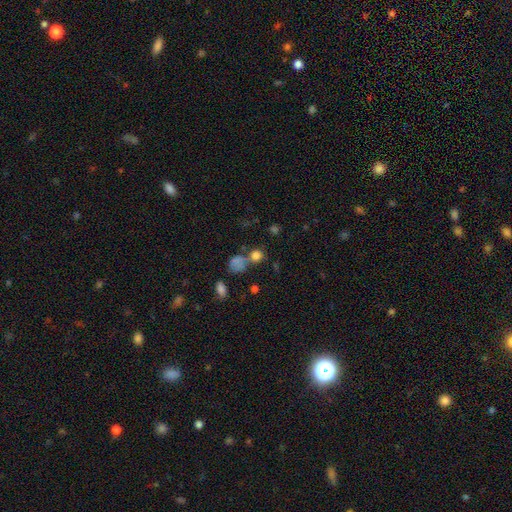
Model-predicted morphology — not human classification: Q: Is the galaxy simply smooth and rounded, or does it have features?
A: smooth — 76%.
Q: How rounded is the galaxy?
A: round — 82%.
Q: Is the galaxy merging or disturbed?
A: none — 51%.